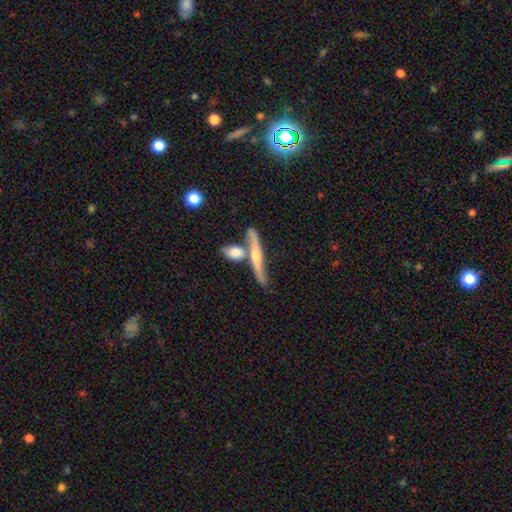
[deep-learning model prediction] Smooth or featured: featured or disk — 66% (smooth — 28%)
Edge-on disk: yes — 85% (no — 15%)
Edge-on bulge: rounded — 84% (none — 10%)
Merging: none — 53% (merger — 27%)